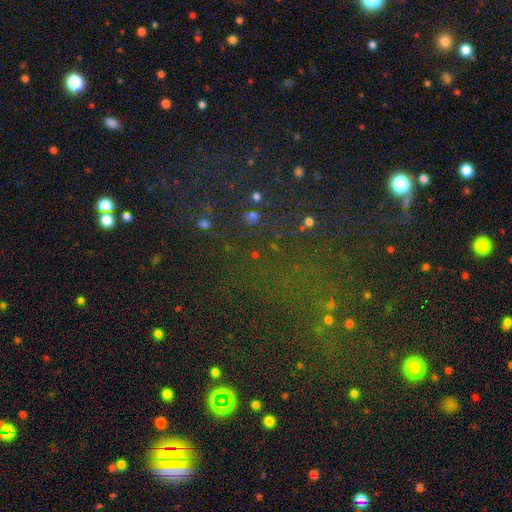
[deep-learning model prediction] This appears to be a star or artifact, not a galaxy (64%).